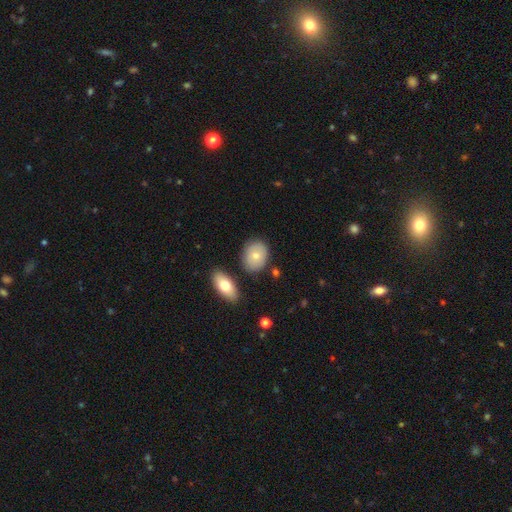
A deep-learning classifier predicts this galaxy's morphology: Smooth or featured?
  - smooth: 73% *
  - featured or disk: 20%
  - star or artifact: 7%
How rounded?
  - in between: 63% *
  - round: 36%
  - cigar-shaped: 1%
Merging?
  - none: 78% *
  - minor disturbance: 14%
  - merger: 6%
  - major disturbance: 3%